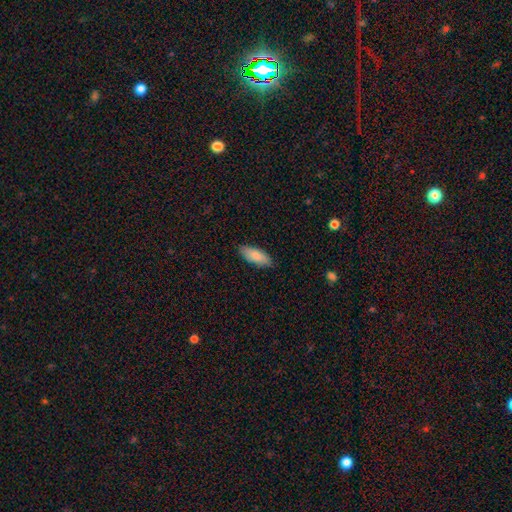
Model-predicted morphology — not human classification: A smooth galaxy with no disk features (86%) that is in between round and cigar-shaped (82%). Merging: none (85%).